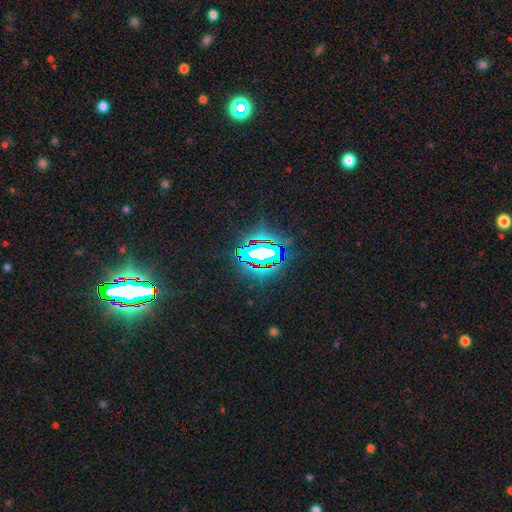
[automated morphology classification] type=star or artifact (73%).